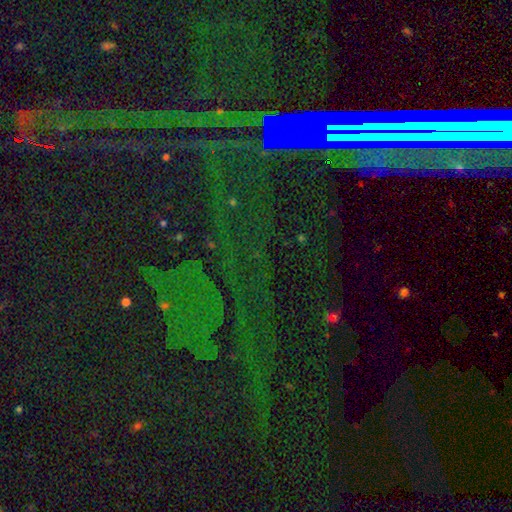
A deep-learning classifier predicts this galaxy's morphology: Smooth or featured?
  - star or artifact: 79% *
  - featured or disk: 11%
  - smooth: 10%